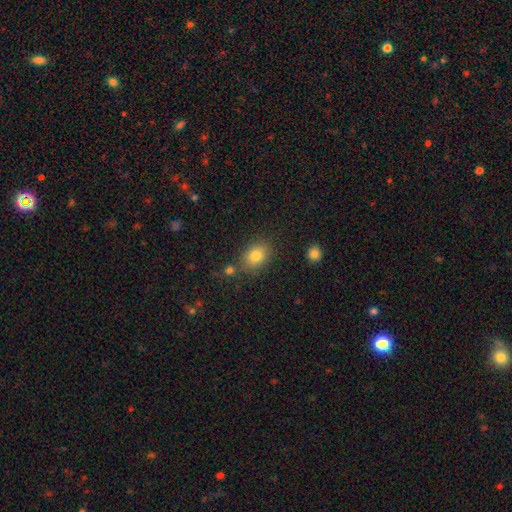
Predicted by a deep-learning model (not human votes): smooth_or_featured: smooth (p=0.82) [alt: star or artifact p=0.10]
how_rounded: in between (p=0.63) [alt: round p=0.35]
merging: none (p=0.77) [alt: minor disturbance p=0.13]